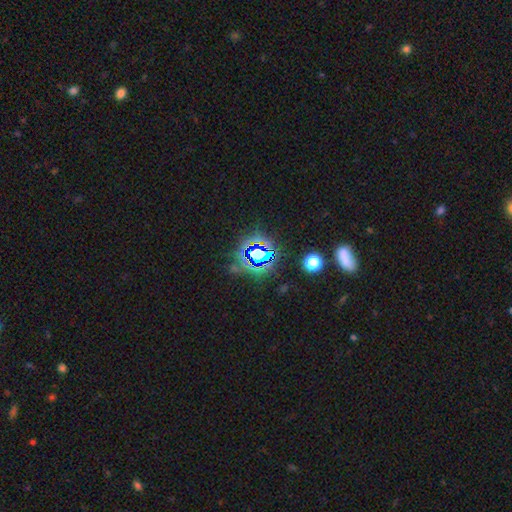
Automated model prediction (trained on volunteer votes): Smooth or featured? Predicted: star or artifact (p=0.75).